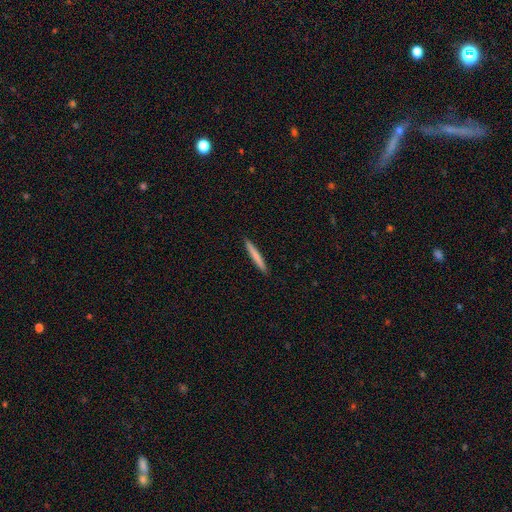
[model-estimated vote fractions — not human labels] smooth-or-featured: smooth: 73% | featured or disk: 22% | star or artifact: 6%
  how-rounded: cigar-shaped: 97% | in between: 2% | round: 1%
  merging: none: 92% | minor disturbance: 5% | major disturbance: 1% | merger: 1%